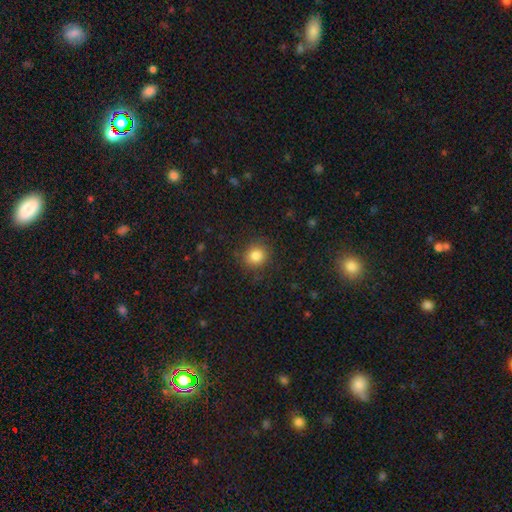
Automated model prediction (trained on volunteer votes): smooth-or-featured: smooth: 84% | star or artifact: 11% | featured or disk: 5%
  how-rounded: round: 82% | in between: 17% | cigar-shaped: 1%
  merging: none: 86% | minor disturbance: 10% | major disturbance: 3% | merger: 1%